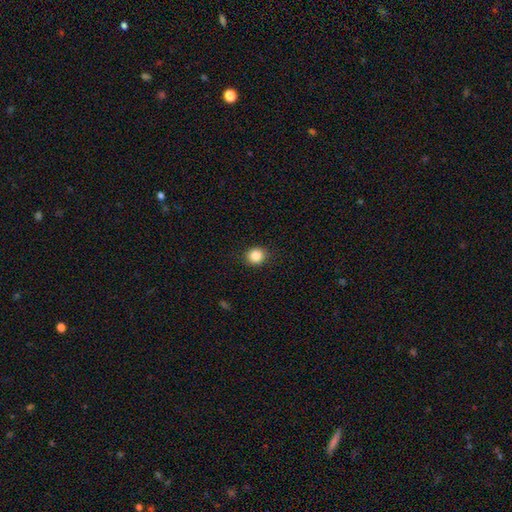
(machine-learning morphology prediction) Overall: smooth (87%). How rounded: round (82%). Merging: none (88%).